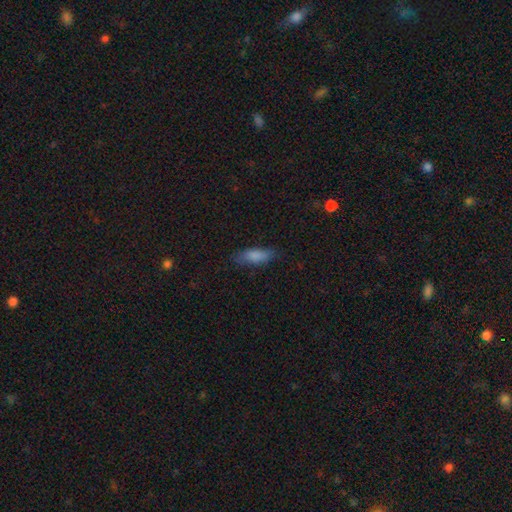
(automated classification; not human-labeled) This appears to be a smooth galaxy with no disk features (84%) that is in between round and cigar-shaped (64%). Merging: none (77%).